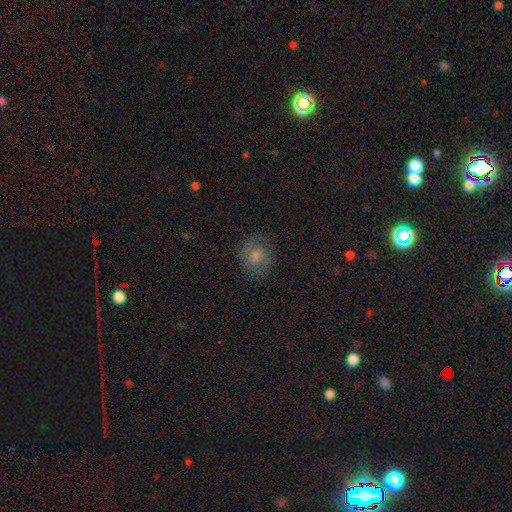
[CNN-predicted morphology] Smooth or featured? Predicted: smooth (p=0.52). How rounded? Predicted: round (p=0.76). Merging? Predicted: none (p=0.78).